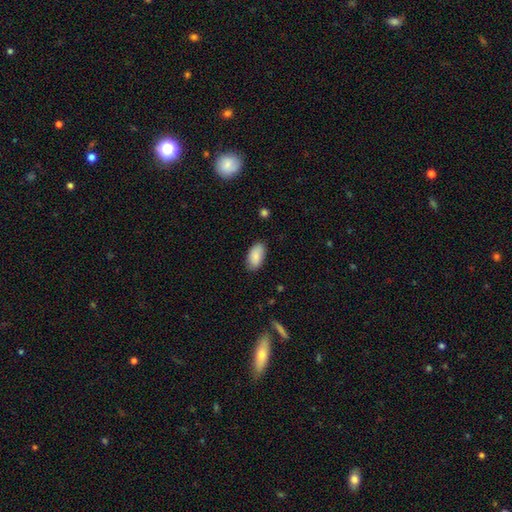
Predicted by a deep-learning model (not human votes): This appears to be a smooth galaxy with no disk features (88%) that is in between round and cigar-shaped (95%). Merging: none (84%).